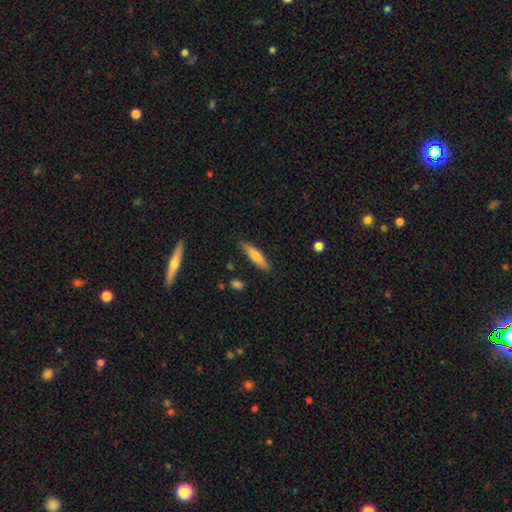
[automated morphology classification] smooth 67%, featured or disk 27%, star or artifact 6%. Down the decision tree: how rounded — cigar-shaped (76%); merging — none (84%).